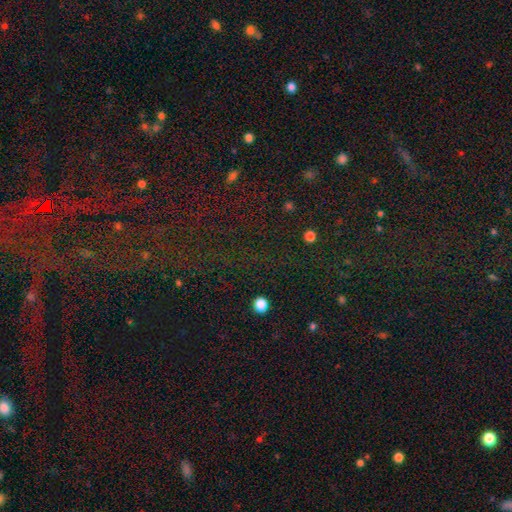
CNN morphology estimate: This is likely a star or artifact rather than a galaxy (79%).